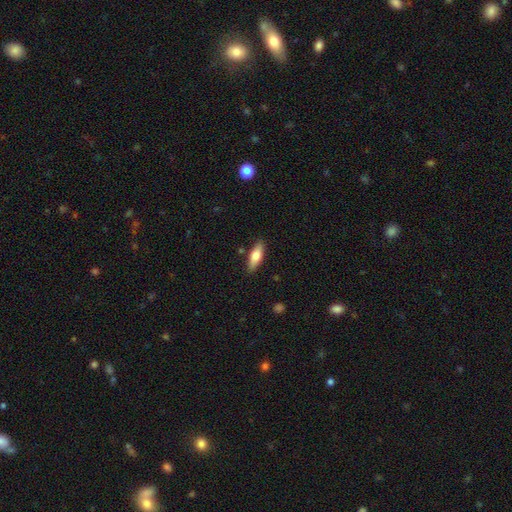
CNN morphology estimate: A smooth galaxy with no disk features (72%) that is in between round and cigar-shaped (63%). Merging: none (85%).